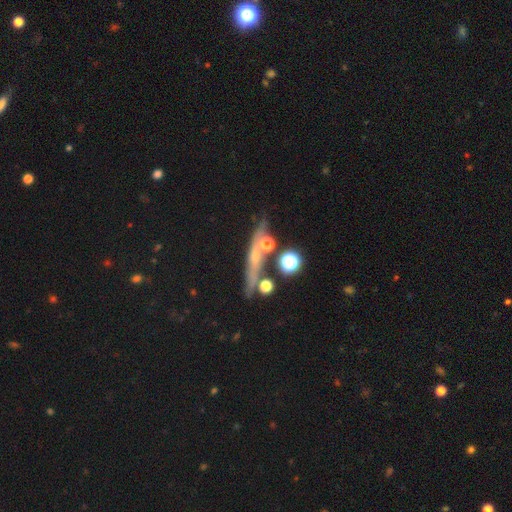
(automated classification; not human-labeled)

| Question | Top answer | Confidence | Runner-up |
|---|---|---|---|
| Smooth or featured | featured or disk | 48% | smooth (27%) |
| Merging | none | 66% | merger (14%) |